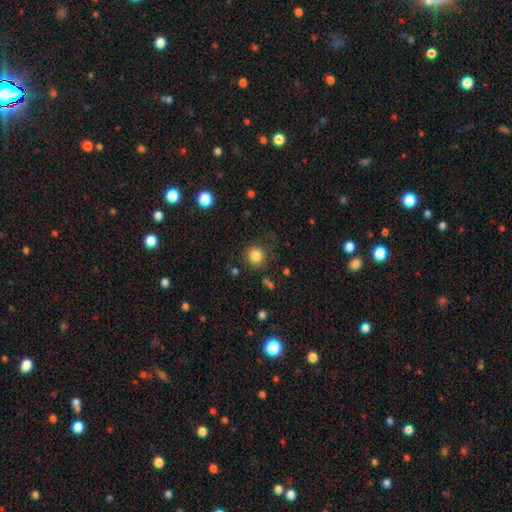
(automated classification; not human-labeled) This appears to be a smooth galaxy with no disk features (83%) that is round (89%). Merging: none (81%).